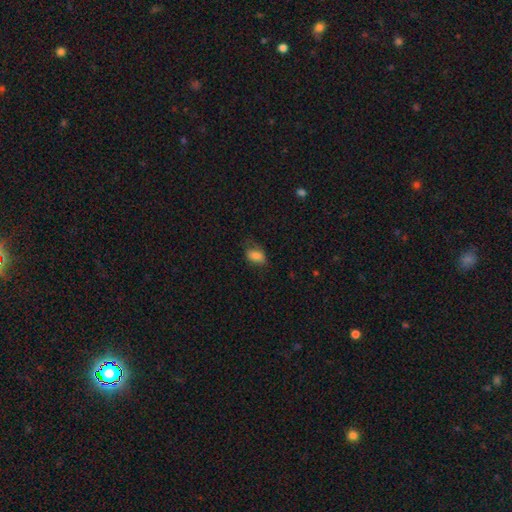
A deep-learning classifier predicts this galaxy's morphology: Smooth or featured? smooth (80%)
How rounded? in between (85%)
Merging? none (61%)